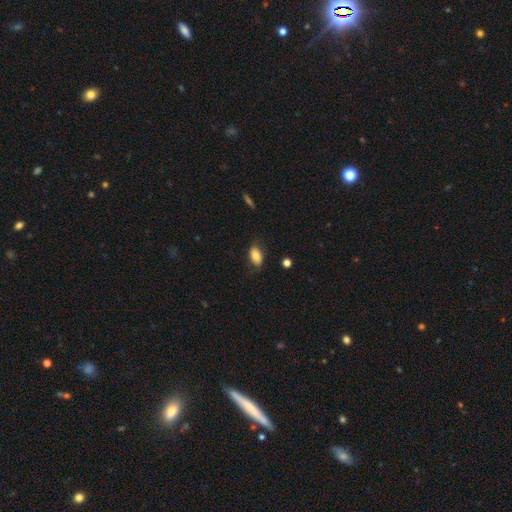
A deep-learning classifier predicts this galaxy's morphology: smooth-or-featured: smooth: 81% | featured or disk: 12% | star or artifact: 7%
  how-rounded: in between: 91% | round: 6% | cigar-shaped: 3%
  merging: none: 75% | minor disturbance: 19% | major disturbance: 4% | merger: 1%